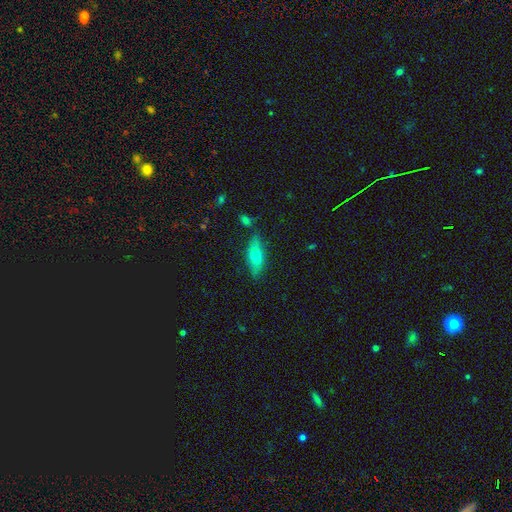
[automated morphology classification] smooth 65%, featured or disk 27%, star or artifact 7%. Down the decision tree: how rounded — in between (63%); merging — none (79%).